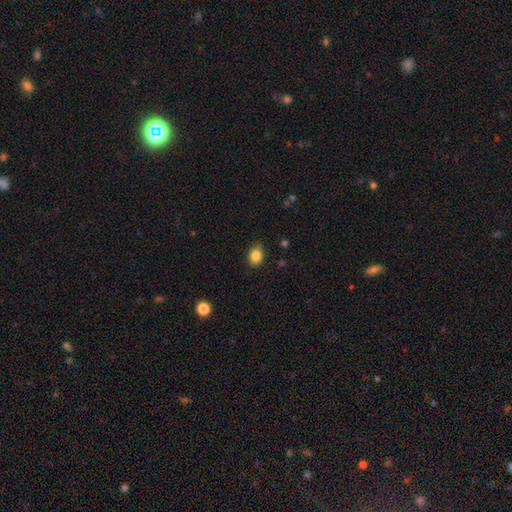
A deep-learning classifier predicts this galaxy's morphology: Smooth or featured? smooth (86%)
How rounded? in between (65%)
Merging? none (81%)